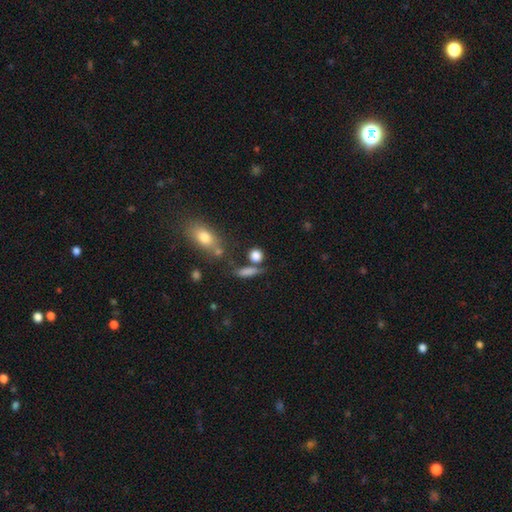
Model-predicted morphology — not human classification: Smooth or featured: smooth — 81% (star or artifact — 12%)
How rounded: round — 68% (in between — 21%)
Merging: none — 64% (merger — 18%)